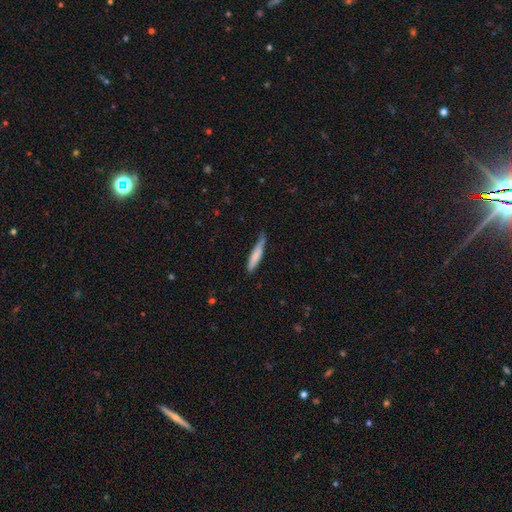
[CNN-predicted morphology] Smooth or featured? Predicted: smooth (p=0.74). How rounded? Predicted: cigar-shaped (p=0.90). Merging? Predicted: none (p=0.62).